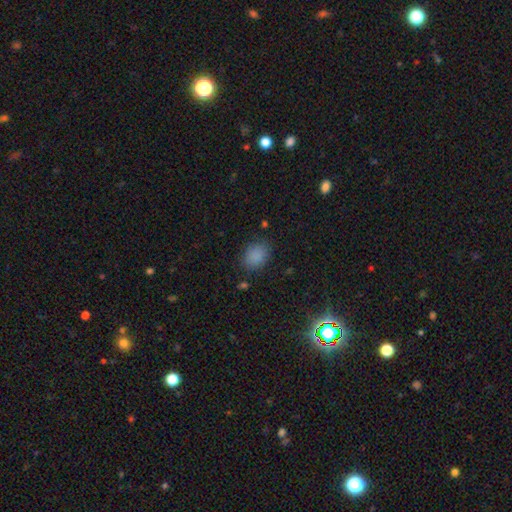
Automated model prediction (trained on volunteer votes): A smooth galaxy with no disk features (85%) that is in between round and cigar-shaped (66%).

Vote fractions:
- Smooth or featured? smooth: 85% / star or artifact: 11% / featured or disk: 4%
- How rounded? in between: 66% / round: 33% / cigar-shaped: 1%
- Merging? none: 81% / minor disturbance: 14% / major disturbance: 4% / merger: 2%